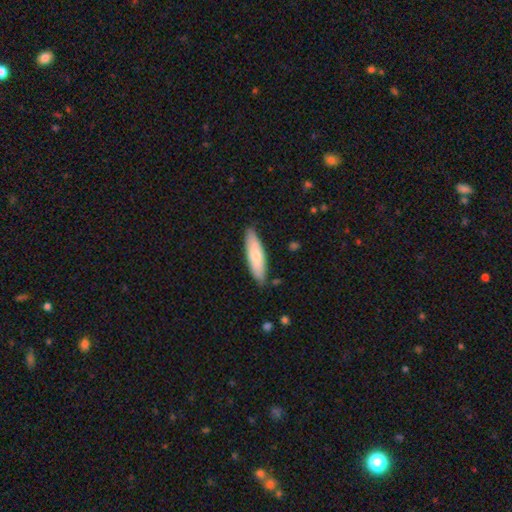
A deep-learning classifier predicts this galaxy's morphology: Overall: smooth (72%). How rounded: cigar-shaped (61%; in between 38%). Merging: none (85%).